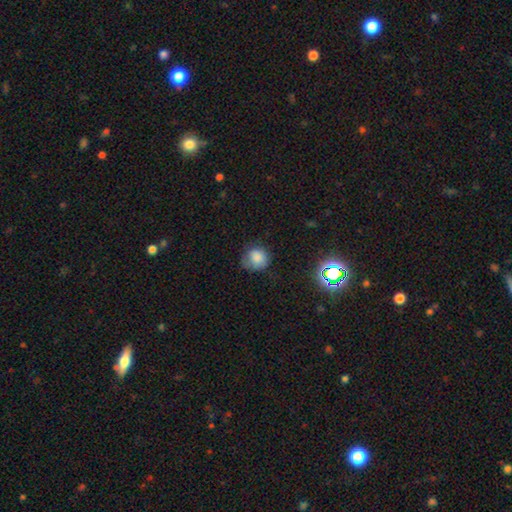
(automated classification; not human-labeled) The model was most divided on "merging": none: 61%, minor disturbance: 28%, major disturbance: 9%, merger: 2%. More confident: how rounded — round (84%); smooth or featured — smooth (81%).